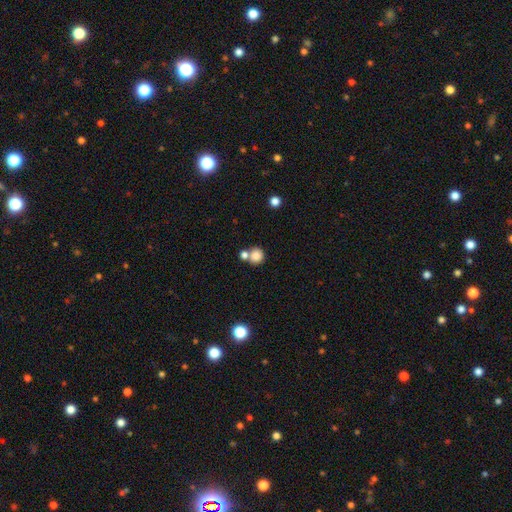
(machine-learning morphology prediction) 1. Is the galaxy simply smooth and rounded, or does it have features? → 82% smooth, 10% star or artifact, 7% featured or disk.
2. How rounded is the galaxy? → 90% round, 9% in between, 1% cigar-shaped.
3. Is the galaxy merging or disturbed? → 53% none, 35% merger, 8% minor disturbance, 3% major disturbance.